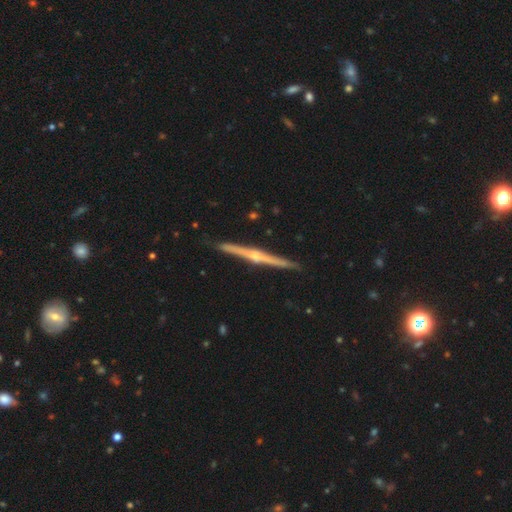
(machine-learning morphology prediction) smooth-or-featured: featured or disk: 84% | smooth: 11% | star or artifact: 5%
  disk-edge-on: yes: 99% | no: 1%
    edge-on-bulge: rounded: 85% | none: 10% | boxy: 5%
  merging: none: 91% | minor disturbance: 6% | major disturbance: 1% | merger: 1%